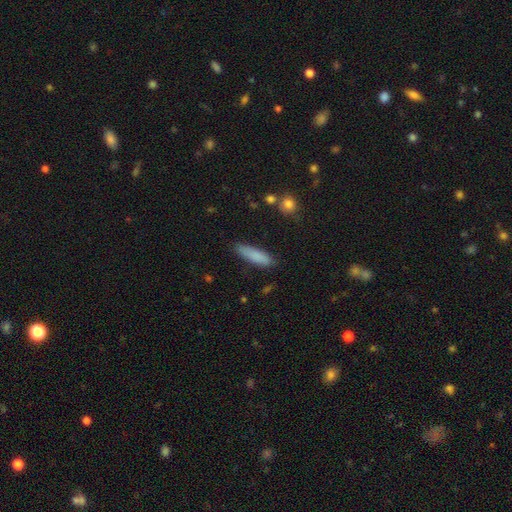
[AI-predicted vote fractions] Q: Smooth or featured?
A: smooth (84%); runner-up: featured or disk (9%)
Q: How rounded?
A: cigar-shaped (72%); runner-up: in between (27%)
Q: Merging?
A: none (82%); runner-up: minor disturbance (14%)